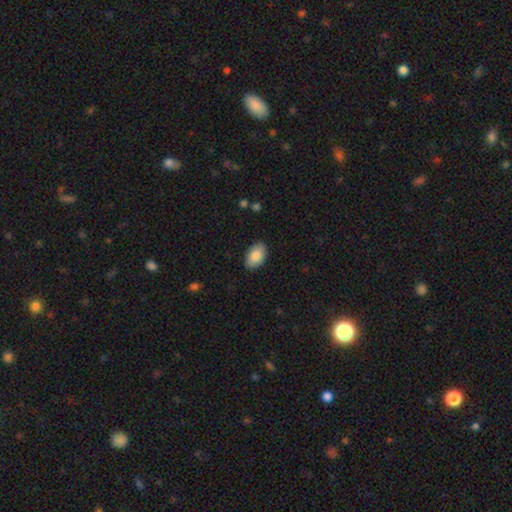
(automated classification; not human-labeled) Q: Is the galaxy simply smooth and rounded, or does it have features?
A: smooth — 83%.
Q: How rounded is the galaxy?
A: in between — 93%.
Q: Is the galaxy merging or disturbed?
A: none — 87%.